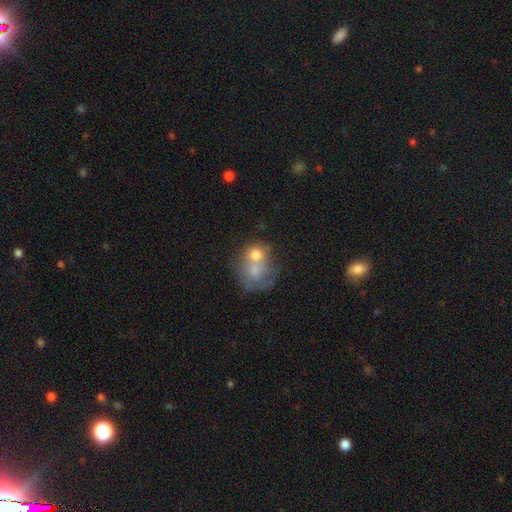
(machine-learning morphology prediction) Smooth or featured? smooth (63%)
How rounded? round (62%)
Merging? merger (58%)